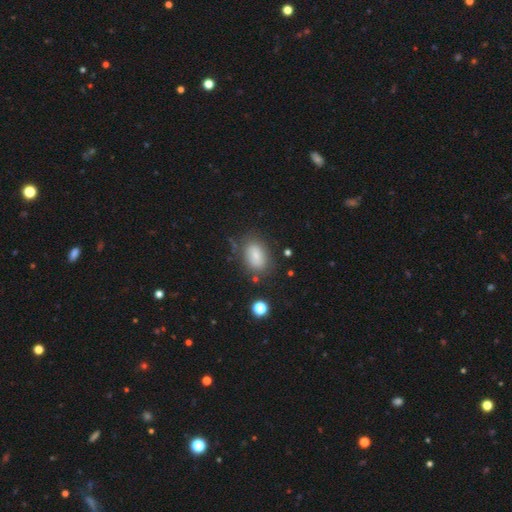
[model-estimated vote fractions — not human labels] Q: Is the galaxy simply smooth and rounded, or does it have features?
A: smooth — 76%.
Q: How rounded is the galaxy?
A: in between — 87%.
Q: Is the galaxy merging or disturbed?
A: none — 74%.